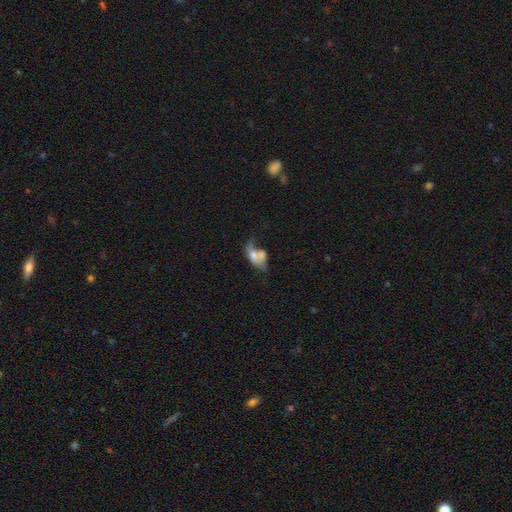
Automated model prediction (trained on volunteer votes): This appears to be a smooth galaxy with no disk features (50%). Merging: merger (52%).